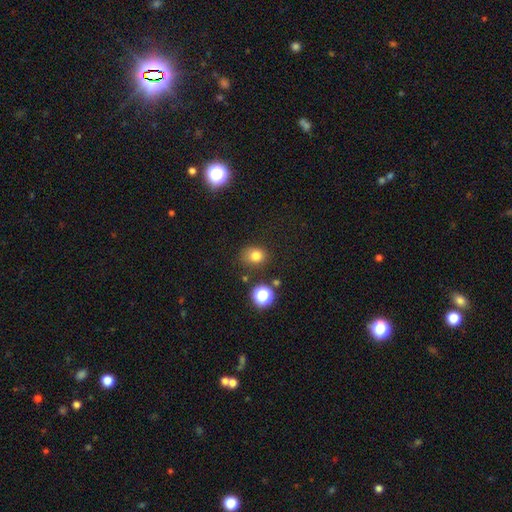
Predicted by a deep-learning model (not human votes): This is likely a smooth galaxy (78%). How rounded: likely round (64%). Merging: likely none (76%).